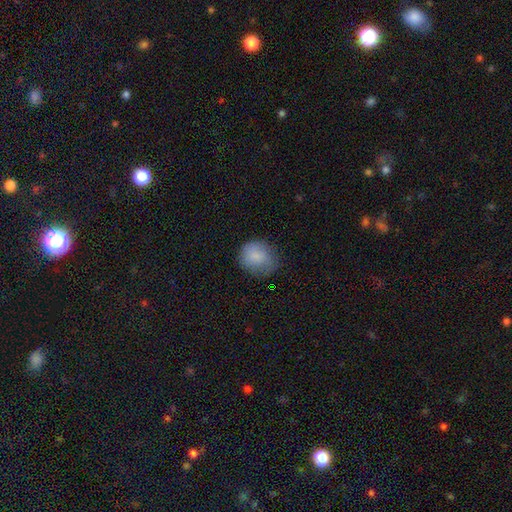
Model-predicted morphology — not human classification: This is clearly a smooth galaxy (82%). How rounded: likely round (72%). Merging: likely none (64%).